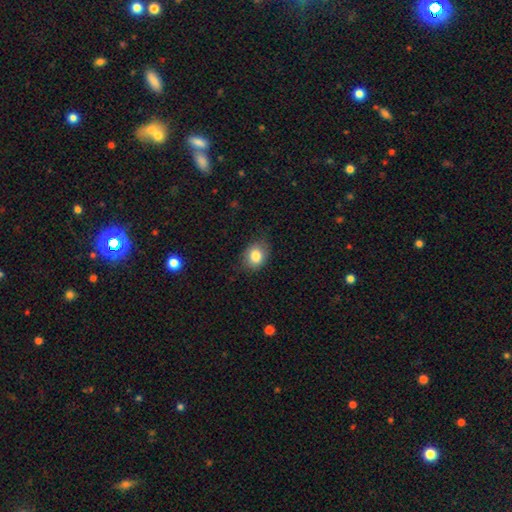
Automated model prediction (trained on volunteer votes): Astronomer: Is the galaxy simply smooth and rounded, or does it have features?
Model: smooth — 83%.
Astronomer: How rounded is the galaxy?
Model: in between — 54% (runner-up: round, 45%).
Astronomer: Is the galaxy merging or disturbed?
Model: none — 76%.